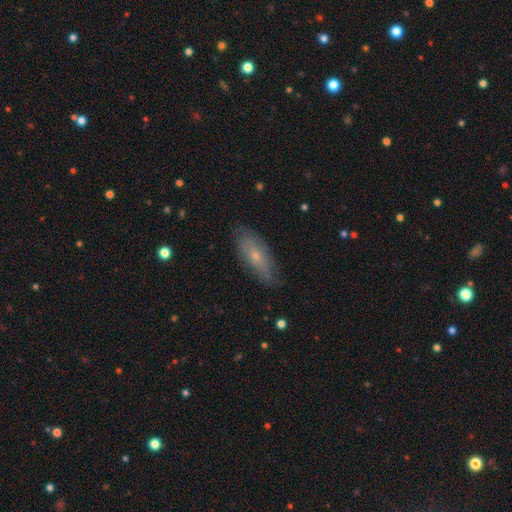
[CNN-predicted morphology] This appears to be a smooth galaxy with no disk features (53%) that is in between round and cigar-shaped (67%). Merging: none (78%).